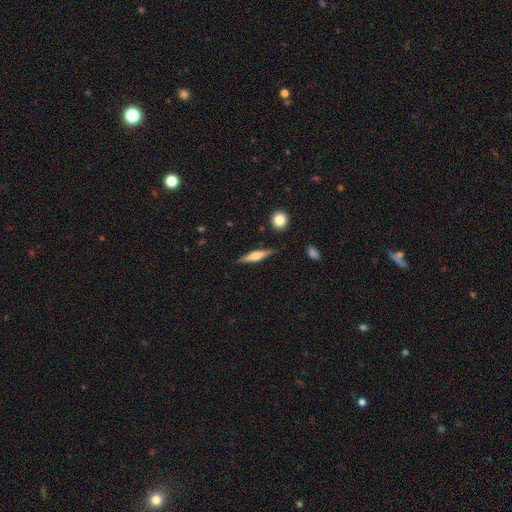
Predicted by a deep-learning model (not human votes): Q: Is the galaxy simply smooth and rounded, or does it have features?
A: featured or disk — 49%.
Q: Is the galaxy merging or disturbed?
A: none — 85%.